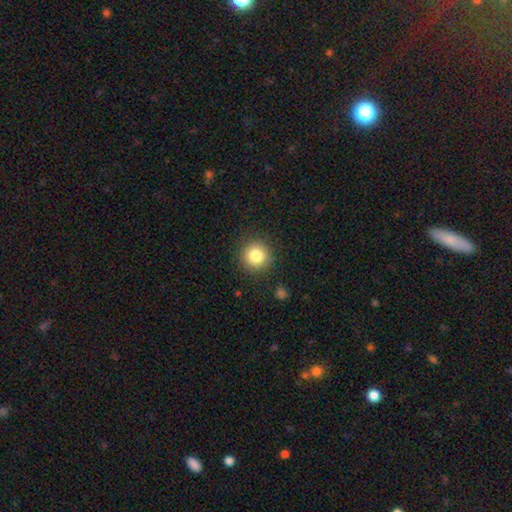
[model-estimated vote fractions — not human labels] smooth_or_featured: smooth (p=0.82) [alt: star or artifact p=0.11]
how_rounded: round (p=0.94) [alt: in between p=0.05]
merging: none (p=0.88) [alt: minor disturbance p=0.07]